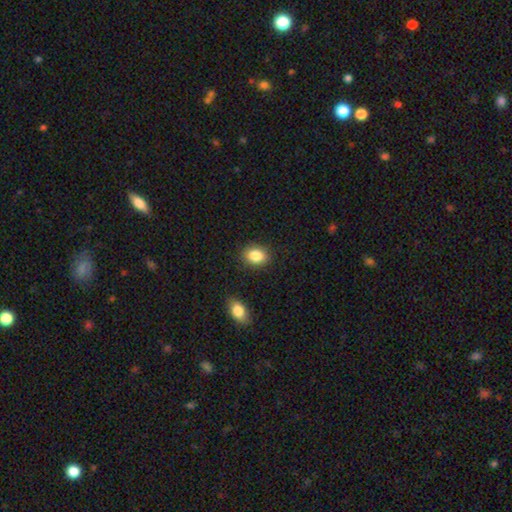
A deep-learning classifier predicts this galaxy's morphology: This appears to be a smooth galaxy with no disk features (86%) that is in between round and cigar-shaped (68%). Merging: none (86%).